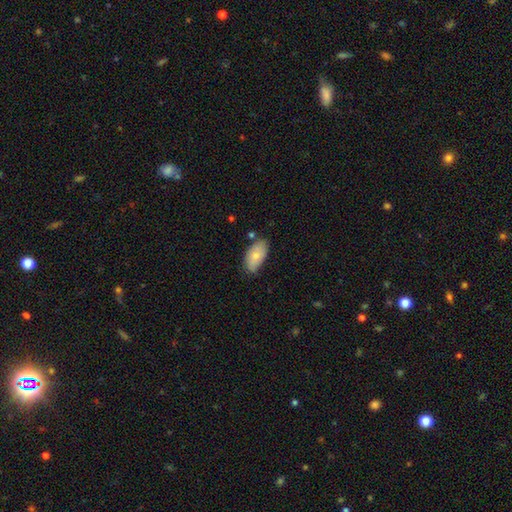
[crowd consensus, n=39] smooth 69%, featured or disk 21%, star or artifact 10%. Down the decision tree: how rounded — in between (93%); merging — none (69%).